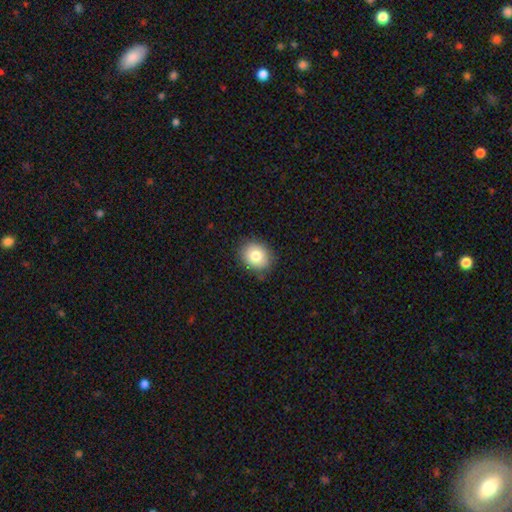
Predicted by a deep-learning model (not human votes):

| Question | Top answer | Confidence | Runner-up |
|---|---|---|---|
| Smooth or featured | smooth | 80% | featured or disk (11%) |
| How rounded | round | 63% | in between (36%) |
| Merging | none | 85% | minor disturbance (11%) |